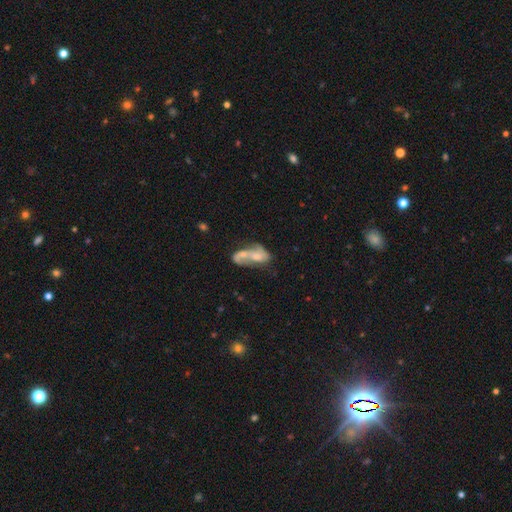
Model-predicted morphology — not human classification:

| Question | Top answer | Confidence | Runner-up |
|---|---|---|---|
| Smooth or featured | featured or disk | 60% | smooth (33%) |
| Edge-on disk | no | 94% | yes (6%) |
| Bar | no | 65% | weak (26%) |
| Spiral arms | yes | 66% | no (34%) |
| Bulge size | moderate | 43% | small (39%) |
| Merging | merger | 50% | none (22%) |